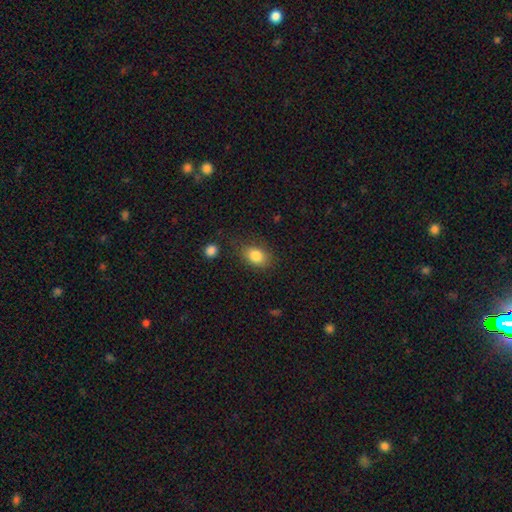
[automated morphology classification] type=smooth (84%); roundness=in between (74%); merging=none (76%).